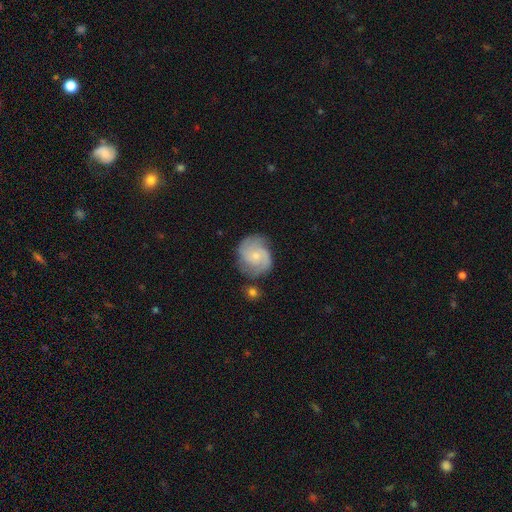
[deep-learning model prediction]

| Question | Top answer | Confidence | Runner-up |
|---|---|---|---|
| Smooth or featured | featured or disk | 68% | smooth (26%) |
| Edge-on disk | no | 98% | yes (2%) |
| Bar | no | 69% | weak (27%) |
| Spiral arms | yes | 93% | no (7%) |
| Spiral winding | medium | 44% | tight (40%) |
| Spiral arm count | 2 | 44% | 3 (25%) |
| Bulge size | small | 65% | moderate (29%) |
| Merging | none | 68% | minor disturbance (21%) |